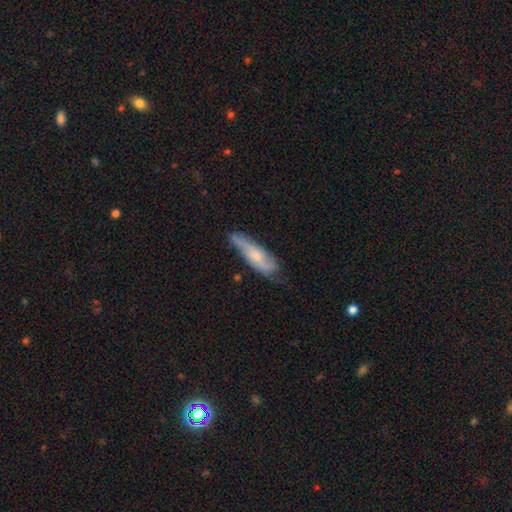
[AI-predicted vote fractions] featured or disk 52%, smooth 42%, star or artifact 6%. Down the decision tree: edge-on disk — no (68%); merging — none (58%).